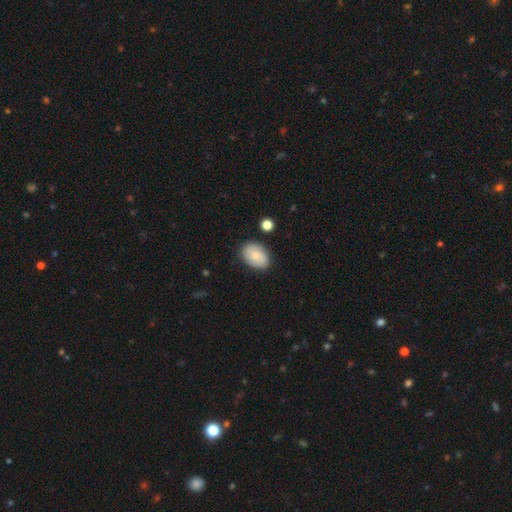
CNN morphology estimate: Smooth or featured: smooth — 80% (featured or disk — 13%)
How rounded: in between — 82% (round — 17%)
Merging: none — 82% (minor disturbance — 13%)